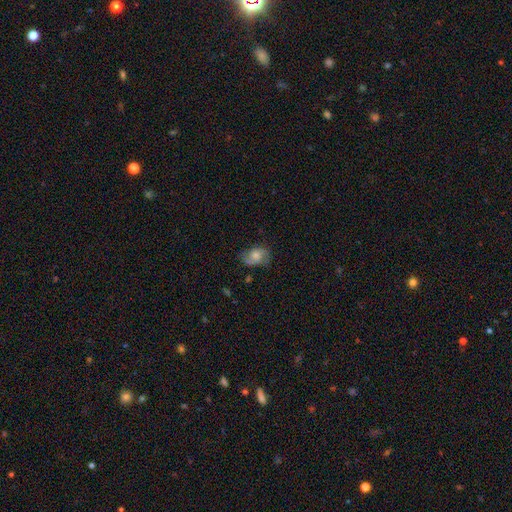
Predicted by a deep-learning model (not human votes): This appears to be a featured or disk galaxy (50%). Merging: none (65%).